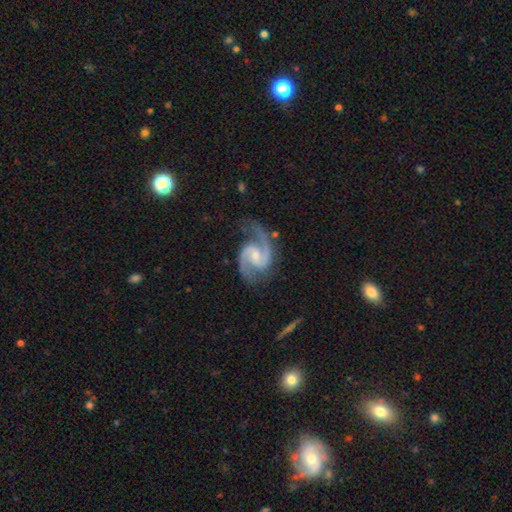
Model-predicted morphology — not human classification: type=featured or disk (93%); edge-on=no (98%); bar=weak (53%); spiral arms=yes (98%); winding=medium (64%); arm count=2 (93%); bulge=small (51%); merging=none (72%).